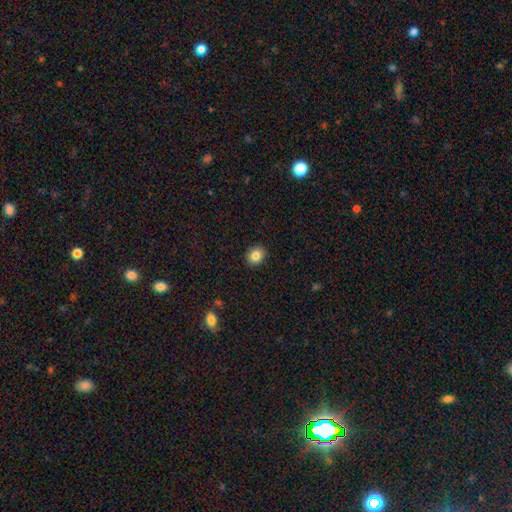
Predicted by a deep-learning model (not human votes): Morphology: type=smooth (84%); roundness=round (63%); merging=none (90%).